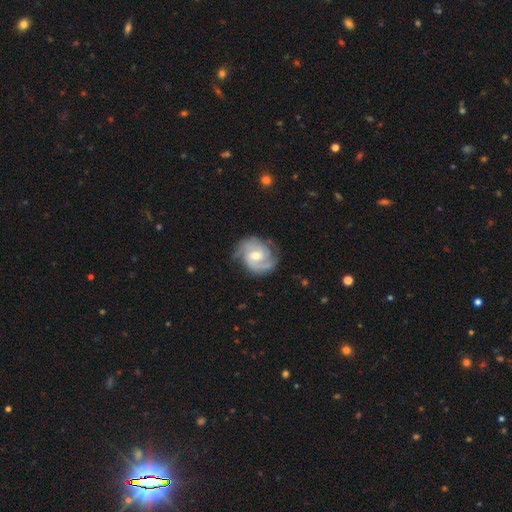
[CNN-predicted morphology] Smooth or featured? Predicted: featured or disk (p=0.87). Edge-on disk? Predicted: no (p=0.98). Bar? Predicted: no (p=0.52). Spiral arms? Predicted: yes (p=0.97). Spiral winding? Predicted: tight (p=0.48). Spiral arm count? Predicted: 2 (p=0.75). Bulge size? Predicted: moderate (p=0.60). Merging? Predicted: none (p=0.75).